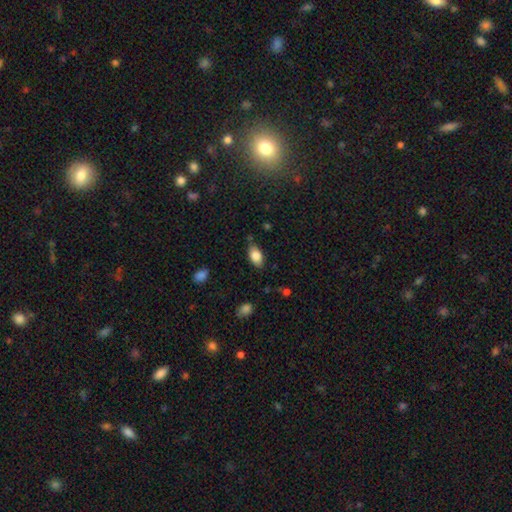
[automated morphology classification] smooth-or-featured: smooth: 84% | featured or disk: 9% | star or artifact: 8%
  how-rounded: in between: 92% | round: 6% | cigar-shaped: 3%
  merging: none: 79% | minor disturbance: 16% | major disturbance: 3% | merger: 2%